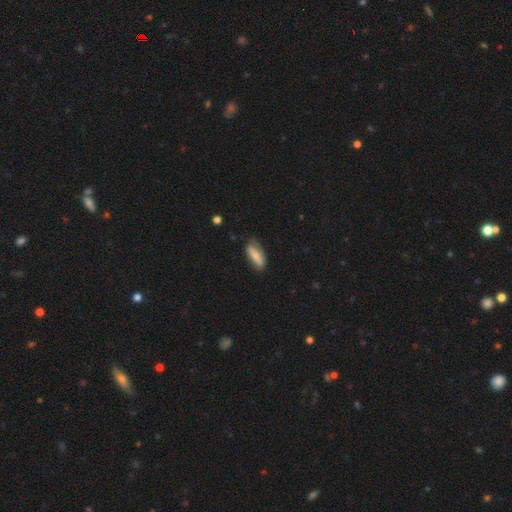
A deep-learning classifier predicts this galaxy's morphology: This appears to be a smooth galaxy with no disk features (66%) that is in between round and cigar-shaped (62%). Merging: none (74%).